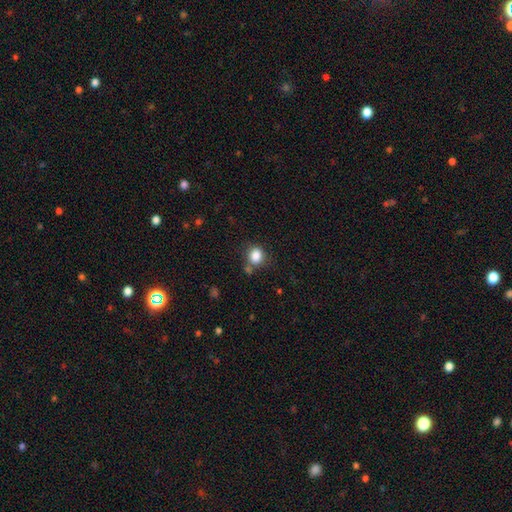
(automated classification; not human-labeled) This is clearly a smooth galaxy (84%). How rounded: likely round (66%). Merging: likely none (67%).